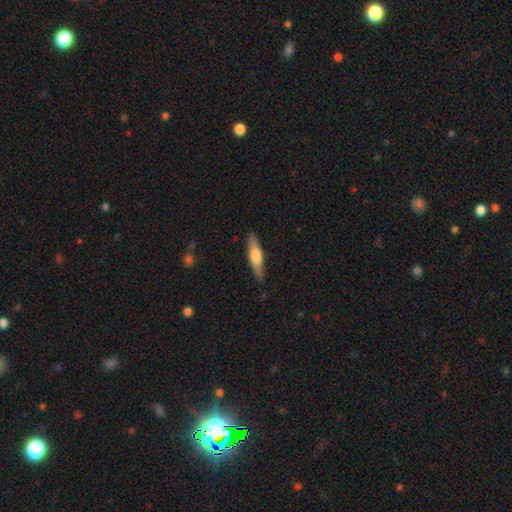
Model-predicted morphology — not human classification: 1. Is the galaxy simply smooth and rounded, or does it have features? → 57% smooth, 38% featured or disk, 5% star or artifact.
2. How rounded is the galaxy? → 72% cigar-shaped, 26% in between, 2% round.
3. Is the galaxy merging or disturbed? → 86% none, 10% minor disturbance, 2% major disturbance, 1% merger.